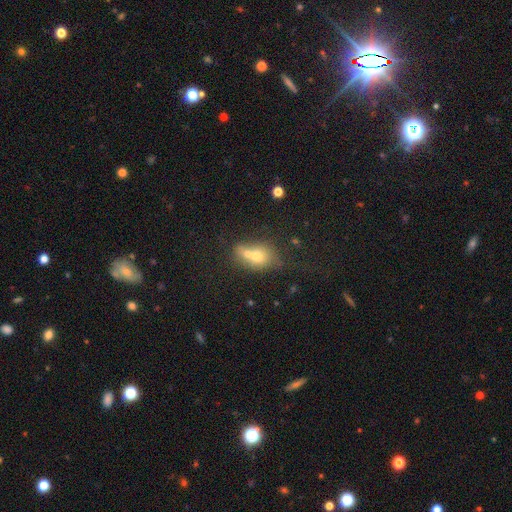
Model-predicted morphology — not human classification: smooth_or_featured: smooth (p=0.64) [alt: featured or disk p=0.23]
how_rounded: in between (p=0.52) [alt: round p=0.46]
merging: merger (p=0.61) [alt: none p=0.25]